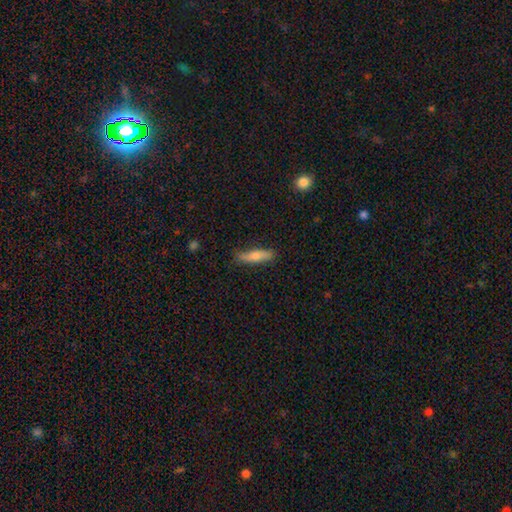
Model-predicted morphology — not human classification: Smooth or featured? smooth (58%)
How rounded? cigar-shaped (80%)
Merging? none (85%)